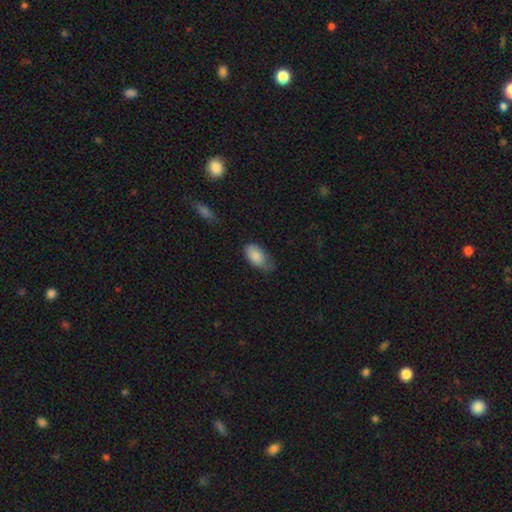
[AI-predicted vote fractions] Smooth or featured: smooth — 86% (featured or disk — 7%)
How rounded: in between — 94% (round — 4%)
Merging: none — 54% (minor disturbance — 36%)